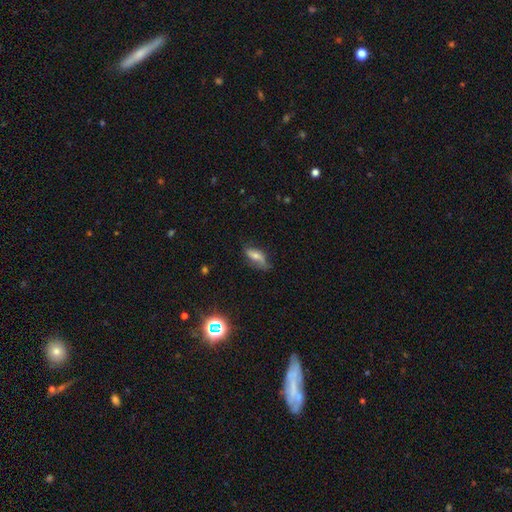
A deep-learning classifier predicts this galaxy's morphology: This is possibly a featured or disk galaxy (46%). Merging: likely none (62%).